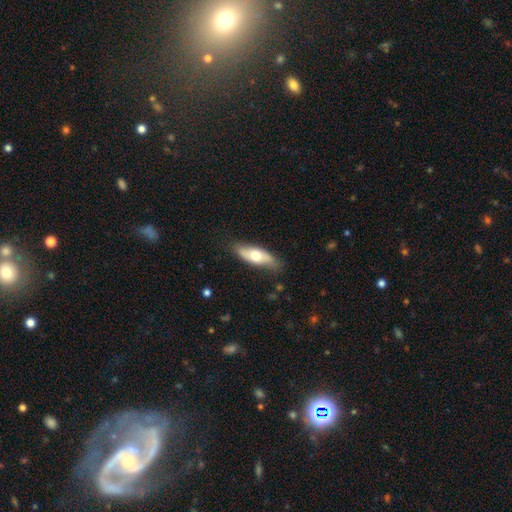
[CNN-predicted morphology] type=smooth (57%); roundness=in between (65%); merging=none (76%).